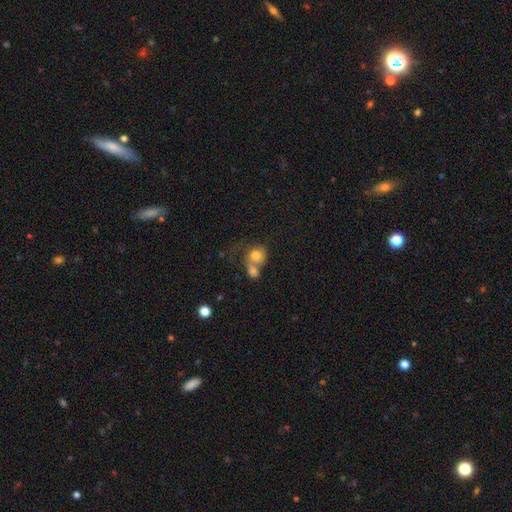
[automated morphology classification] Smooth or featured? smooth (74%)
How rounded? round (72%)
Merging? merger (61%)